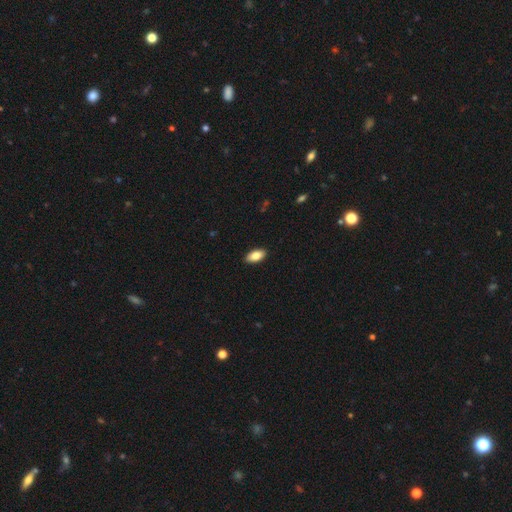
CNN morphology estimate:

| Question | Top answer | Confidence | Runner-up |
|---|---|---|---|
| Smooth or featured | smooth | 86% | featured or disk (8%) |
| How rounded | in between | 93% | cigar-shaped (4%) |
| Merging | none | 90% | minor disturbance (7%) |